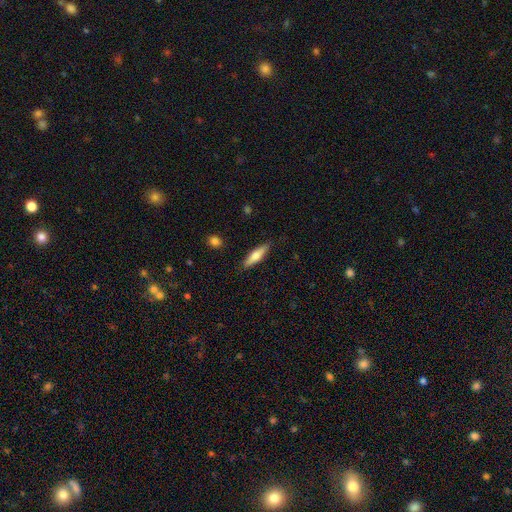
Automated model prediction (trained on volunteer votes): Smooth or featured: smooth — 63% (featured or disk — 31%)
How rounded: cigar-shaped — 72% (in between — 26%)
Merging: none — 87% (minor disturbance — 10%)